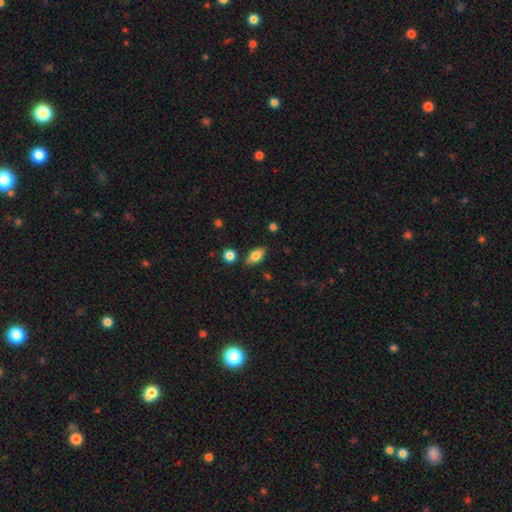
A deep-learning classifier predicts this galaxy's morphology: smooth 79%, featured or disk 13%, star or artifact 7%. Down the decision tree: how rounded — in between (86%); merging — none (82%).